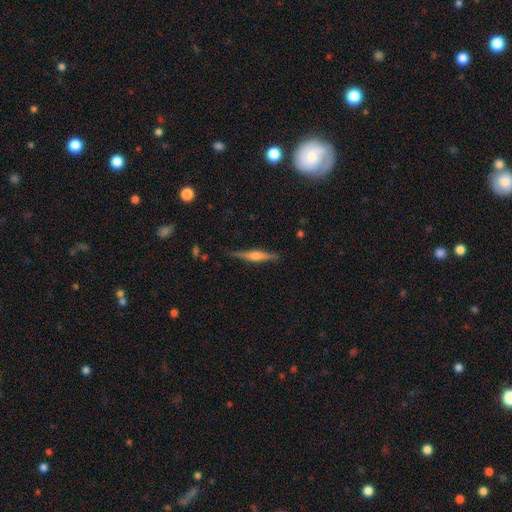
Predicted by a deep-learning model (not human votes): featured or disk 72%, smooth 22%, star or artifact 6%. Down the decision tree: edge-on disk — yes (98%); edge-on bulge — rounded (84%); merging — none (87%).